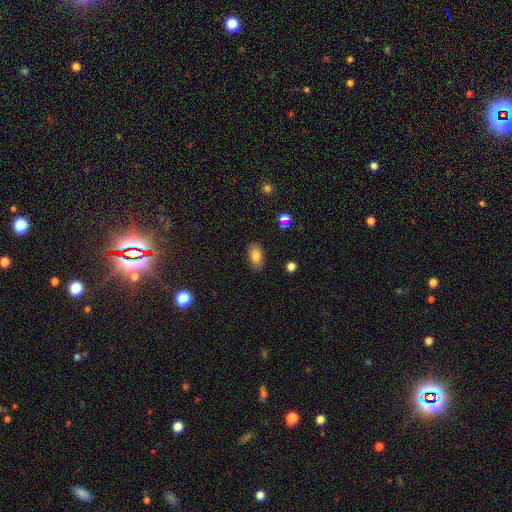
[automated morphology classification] Q: Smooth or featured?
A: smooth (82%); runner-up: featured or disk (9%)
Q: How rounded?
A: in between (92%); runner-up: round (5%)
Q: Merging?
A: none (83%); runner-up: minor disturbance (12%)